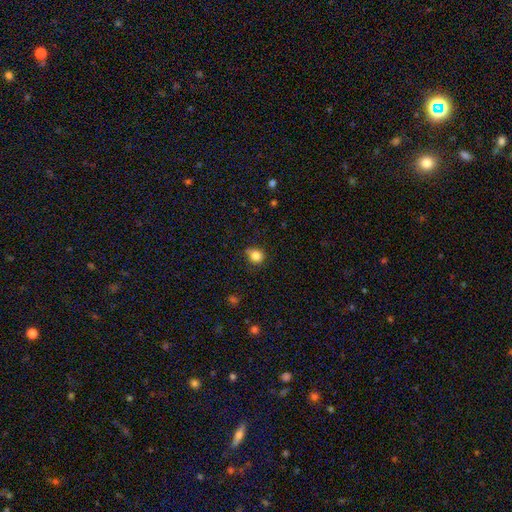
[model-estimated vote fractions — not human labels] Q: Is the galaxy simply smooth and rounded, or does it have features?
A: smooth — 84%.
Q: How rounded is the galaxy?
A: round — 82%.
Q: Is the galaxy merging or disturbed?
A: none — 72%.